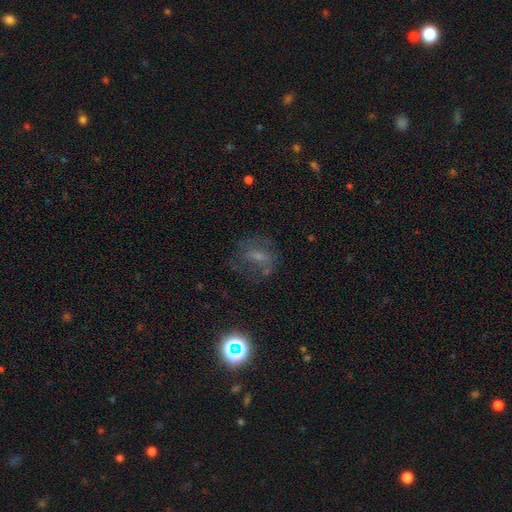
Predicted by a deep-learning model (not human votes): This is marginally a featured or disk galaxy (42%). Merging: likely none (66%).